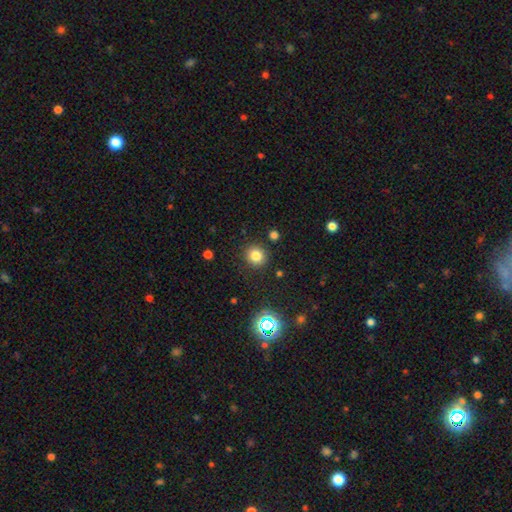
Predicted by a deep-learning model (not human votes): smooth_or_featured: smooth (p=0.79) [alt: star or artifact p=0.15]
how_rounded: round (p=0.91) [alt: in between p=0.08]
merging: none (p=0.88) [alt: minor disturbance p=0.07]